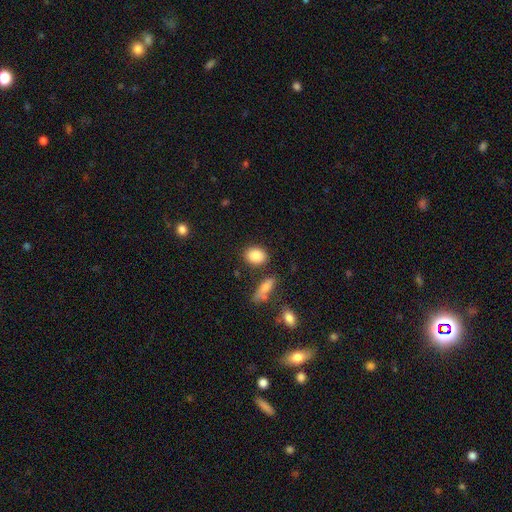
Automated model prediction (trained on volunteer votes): This is clearly a smooth galaxy (87%). How rounded: possibly in between (59%). Merging: clearly none (80%).